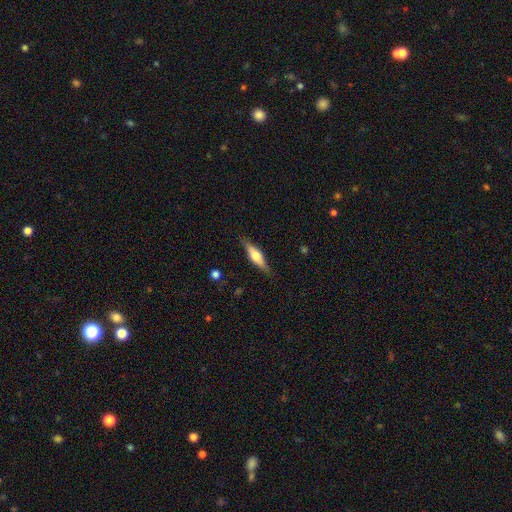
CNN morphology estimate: Smooth or featured? Predicted: featured or disk (p=0.53). Edge-on disk? Predicted: yes (p=0.93). Merging? Predicted: none (p=0.85).